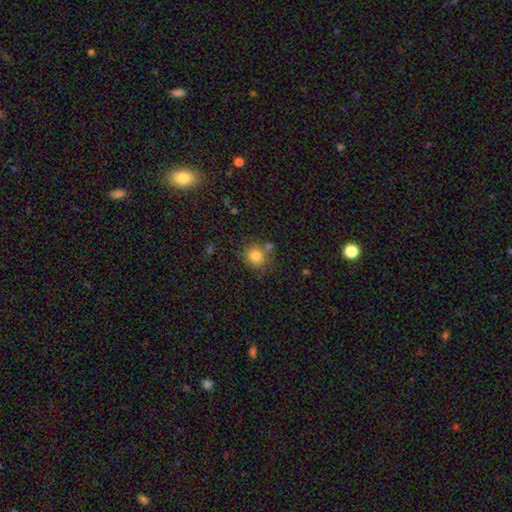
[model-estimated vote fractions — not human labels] Overall: smooth (82%). How rounded: round (85%). Merging: none (68%).